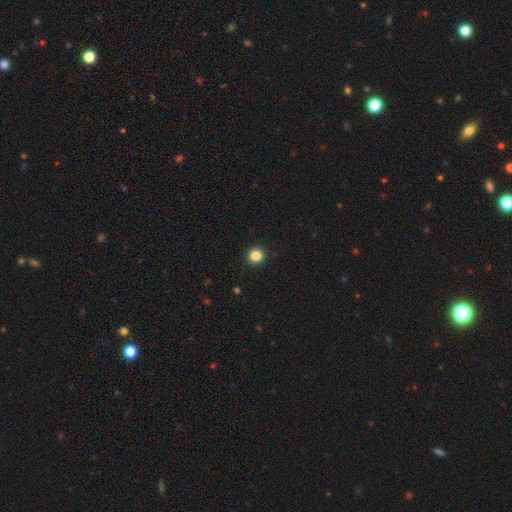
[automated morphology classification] A smooth galaxy with no disk features (84%) that is round (94%).

Vote fractions:
- Smooth or featured? smooth: 84% / star or artifact: 11% / featured or disk: 4%
- How rounded? round: 94% / in between: 5% / cigar-shaped: 1%
- Merging? none: 93% / minor disturbance: 4% / major disturbance: 1% / merger: 1%